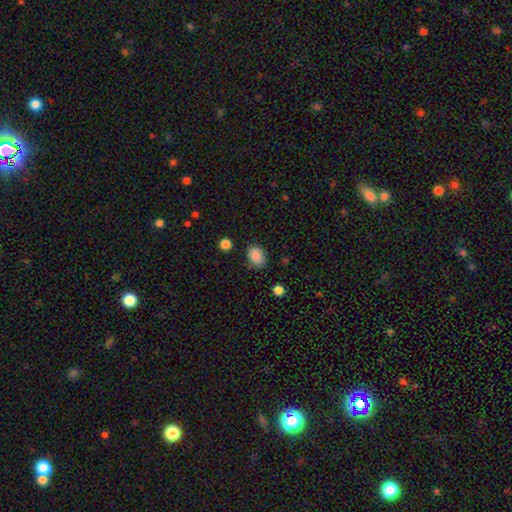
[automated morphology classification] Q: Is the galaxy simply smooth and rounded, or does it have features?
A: smooth — 87%.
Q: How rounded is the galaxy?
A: in between — 71%.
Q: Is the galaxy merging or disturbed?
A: none — 77%.